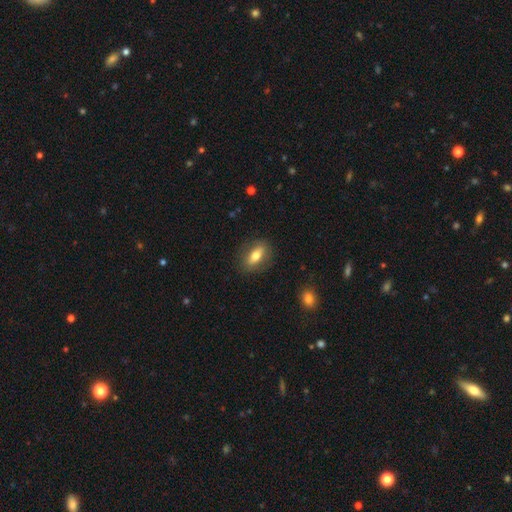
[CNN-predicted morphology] Smooth or featured: smooth — 68% (featured or disk — 25%)
How rounded: in between — 77% (cigar-shaped — 14%)
Merging: none — 84% (minor disturbance — 11%)